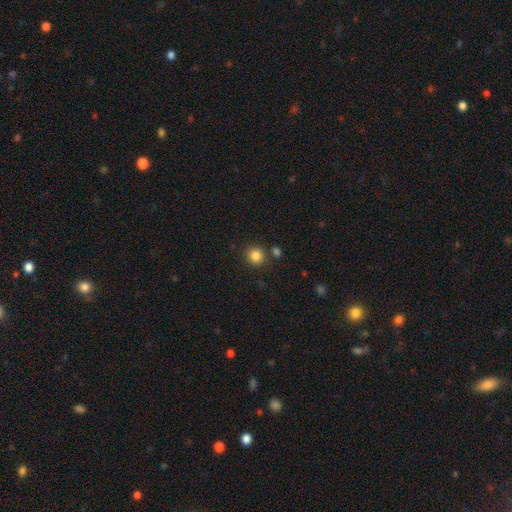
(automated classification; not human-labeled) smooth 85%, star or artifact 11%, featured or disk 4%. Down the decision tree: how rounded — round (89%); merging — none (82%).